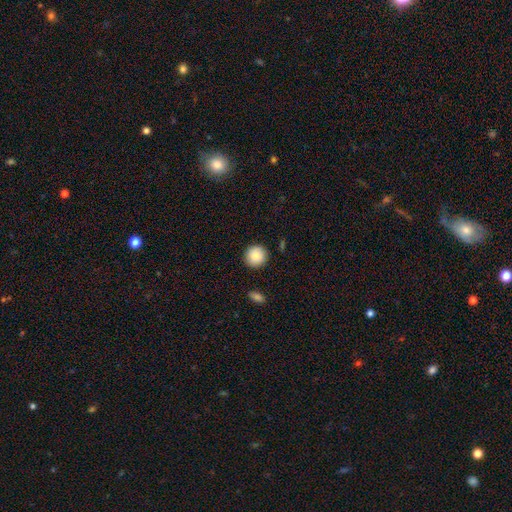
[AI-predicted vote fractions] Smooth or featured? smooth (88%)
How rounded? round (94%)
Merging? none (91%)